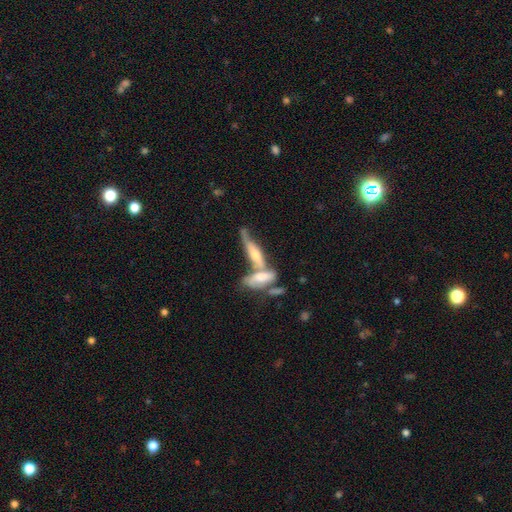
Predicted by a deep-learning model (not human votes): A featured or disk galaxy (60%) viewed edge-on (69%). Merging: merger (55%).